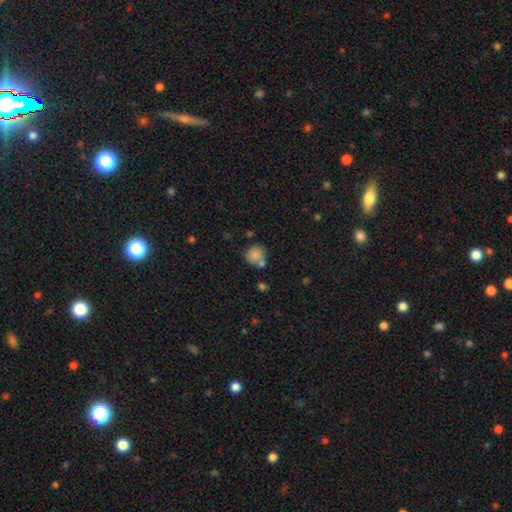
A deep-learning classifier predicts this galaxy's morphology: A smooth galaxy with no disk features (81%) that is round (83%). Merging: none (57%).